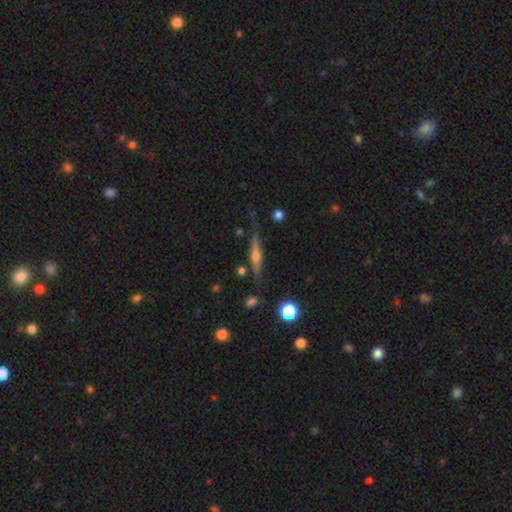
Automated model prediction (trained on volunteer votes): Smooth or featured? Predicted: featured or disk (p=0.67). Edge-on disk? Predicted: yes (p=0.96). Edge-on bulge? Predicted: rounded (p=0.89). Merging? Predicted: none (p=0.77).